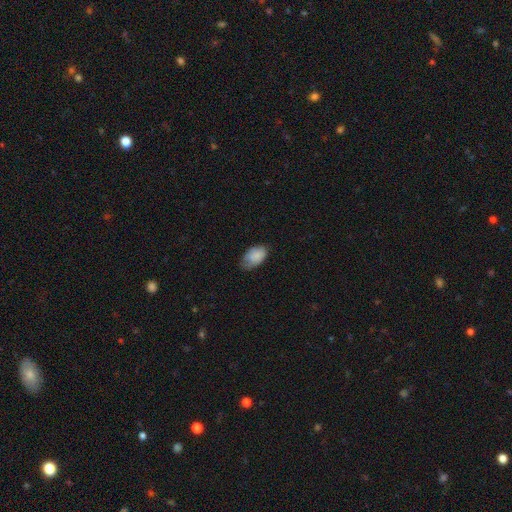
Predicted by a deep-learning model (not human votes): Morphology: type=smooth (82%); roundness=in between (92%); merging=none (50%).